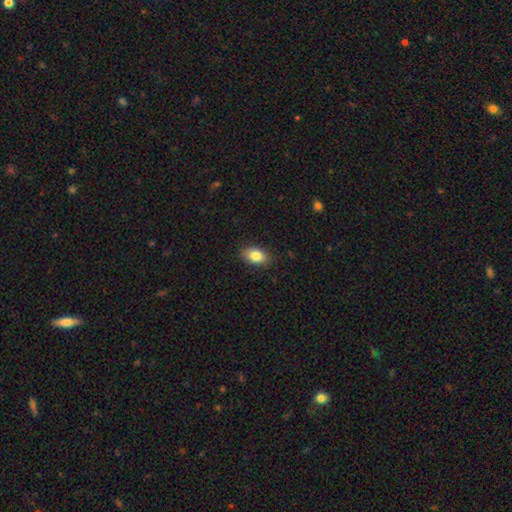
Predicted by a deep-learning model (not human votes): A smooth galaxy with no disk features (83%) that is in between round and cigar-shaped (88%). Merging: none (87%).